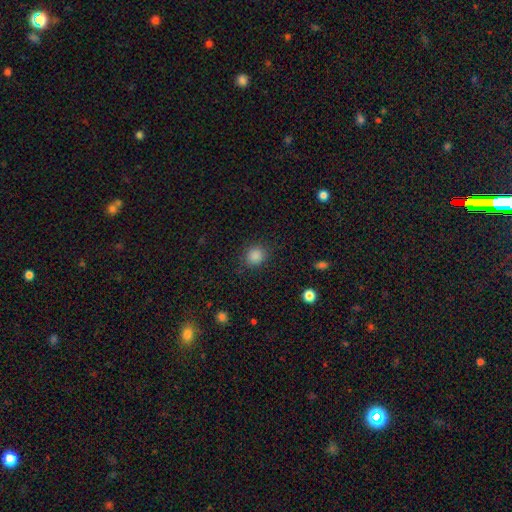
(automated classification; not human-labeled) A smooth galaxy with no disk features (87%) that is round (82%).

Vote fractions:
- Smooth or featured? smooth: 87% / star or artifact: 11% / featured or disk: 3%
- How rounded? round: 82% / in between: 17% / cigar-shaped: 1%
- Merging? none: 86% / minor disturbance: 9% / major disturbance: 3% / merger: 1%